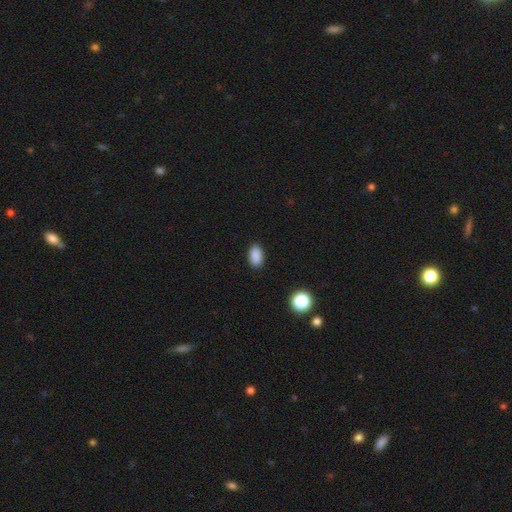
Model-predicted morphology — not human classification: Q: Smooth or featured?
A: smooth (88%); runner-up: star or artifact (9%)
Q: How rounded?
A: in between (91%); runner-up: round (7%)
Q: Merging?
A: none (89%); runner-up: minor disturbance (8%)